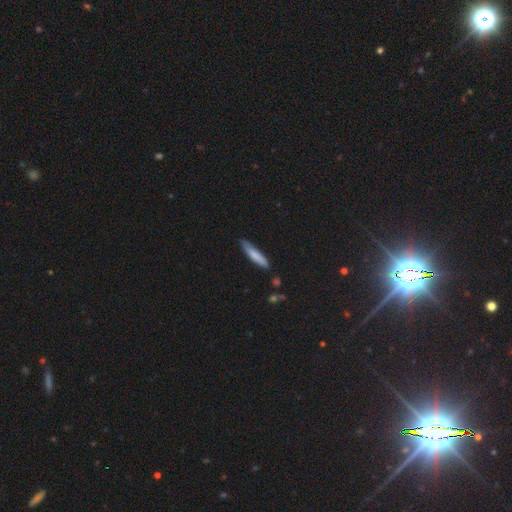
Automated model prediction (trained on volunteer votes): Smooth or featured: smooth — 78% (featured or disk — 17%)
How rounded: cigar-shaped — 86% (in between — 13%)
Merging: none — 76% (minor disturbance — 19%)